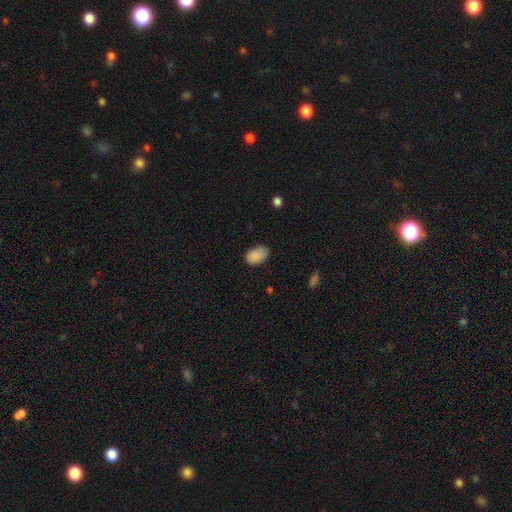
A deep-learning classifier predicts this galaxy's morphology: Smooth or featured: smooth — 89% (star or artifact — 7%)
How rounded: in between — 89% (round — 10%)
Merging: none — 74% (minor disturbance — 21%)